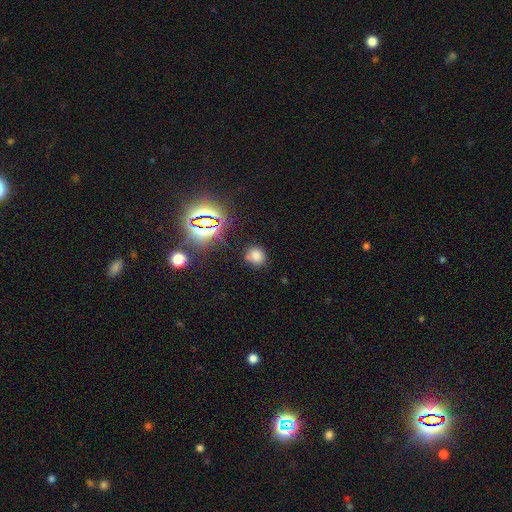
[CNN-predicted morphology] A smooth galaxy with no disk features (70%) that is round (73%). Merging: none (75%).